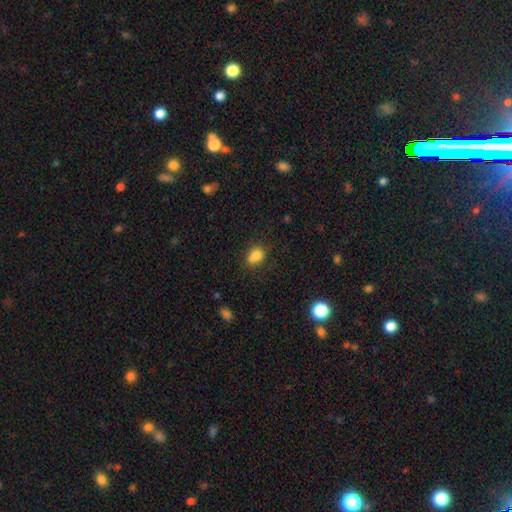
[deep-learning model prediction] This appears to be a smooth galaxy with no disk features (82%) that is in between round and cigar-shaped (60%). Merging: none (63%).